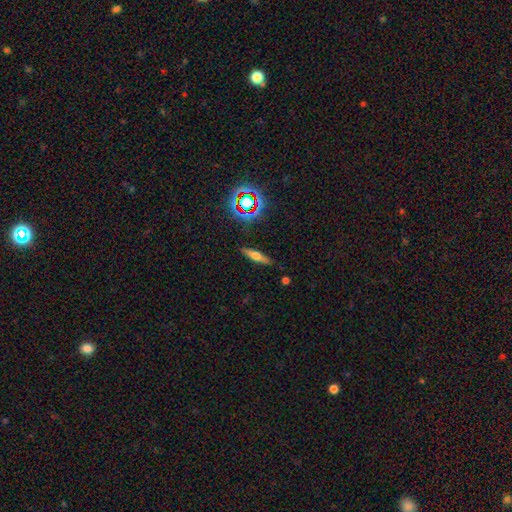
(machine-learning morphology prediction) Smooth or featured? featured or disk (44%)
Merging? none (86%)